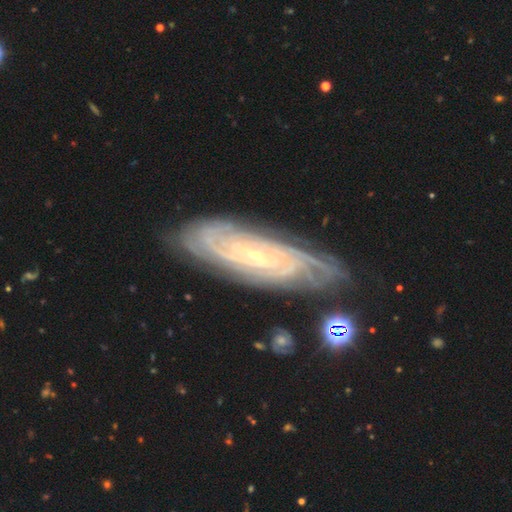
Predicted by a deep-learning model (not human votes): A featured or disk galaxy (86%) with no bar (58%), tight (79%) spiral arms (97%) and a small central bulge (84%).

Vote fractions:
- Smooth or featured? featured or disk: 86% / smooth: 8% / star or artifact: 6%
- Edge-on disk? no: 88% / yes: 12%
- Bar? no: 58% / weak: 31% / strong: 12%
- Spiral arms? yes: 97% / no: 3%
- Spiral winding? tight: 79% / medium: 18% / loose: 3%
- Spiral arm count? can't tell: 36% / 4: 18% / 3: 14% / 2: 13% / more than 4: 12% / 1: 6%
- Bulge size? small: 84% / moderate: 12% / none: 3% / large: 1% / dominant: 1%
- Merging? none: 78% / minor disturbance: 15% / major disturbance: 4% / merger: 2%